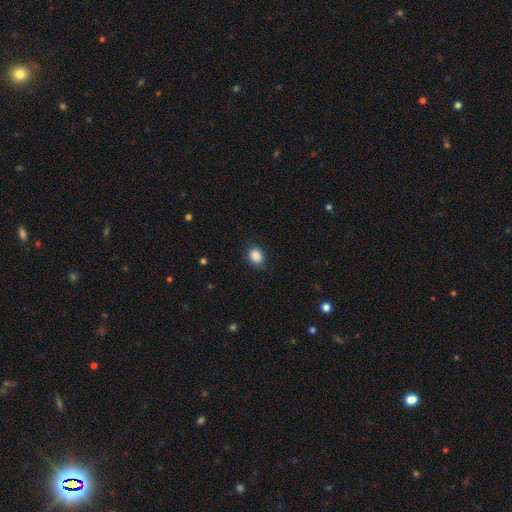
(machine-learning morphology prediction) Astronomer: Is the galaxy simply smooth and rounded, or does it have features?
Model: smooth — 87%.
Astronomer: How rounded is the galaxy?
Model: in between — 54% (runner-up: round, 45%).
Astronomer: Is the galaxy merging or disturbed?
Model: none — 81%.